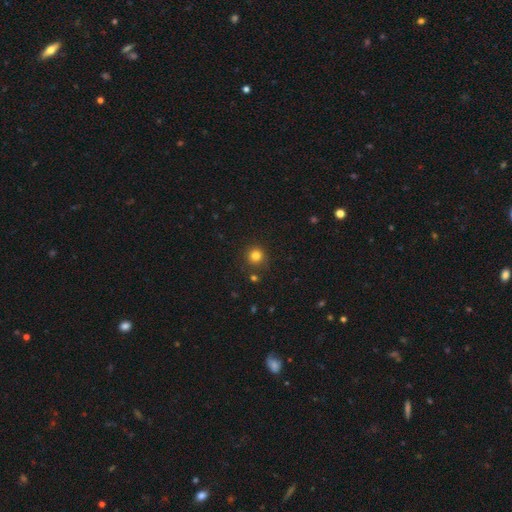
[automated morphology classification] smooth-or-featured: smooth: 81% | star or artifact: 14% | featured or disk: 5%
  how-rounded: round: 93% | in between: 6% | cigar-shaped: 1%
  merging: none: 85% | minor disturbance: 9% | merger: 4% | major disturbance: 3%